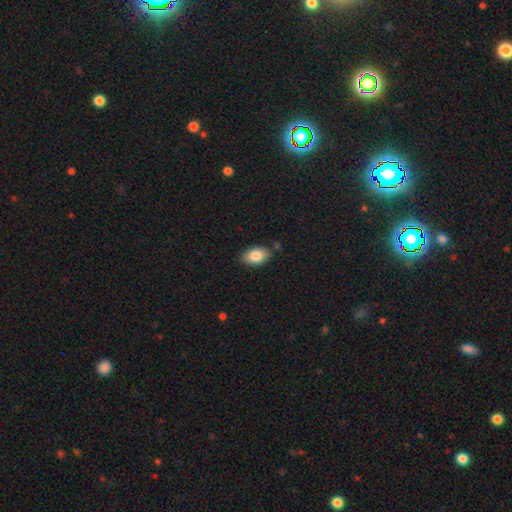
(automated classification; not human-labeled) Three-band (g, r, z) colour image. It shows a smooth galaxy with no disk features (84%) that is in between round and cigar-shaped (88%). Merging: none (81%).